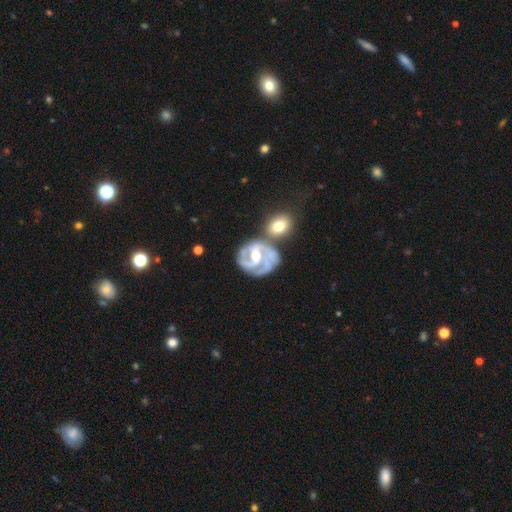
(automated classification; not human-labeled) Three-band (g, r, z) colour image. It shows a featured or disk galaxy (89%) with a weak bar (42%), 2 (39%) tight (49%) spiral arms (96%) and a moderate central bulge (65%). Merging: none (53%).